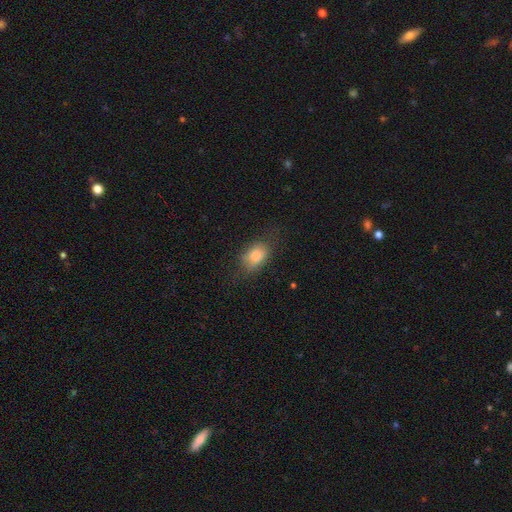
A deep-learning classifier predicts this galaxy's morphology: Smooth or featured? Predicted: smooth (p=0.81). How rounded? Predicted: in between (p=0.80). Merging? Predicted: none (p=0.70).